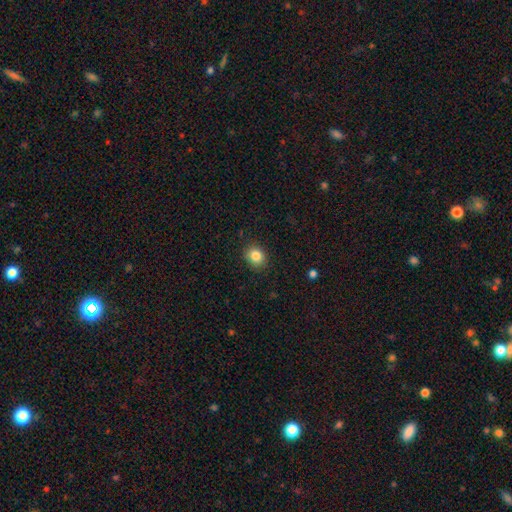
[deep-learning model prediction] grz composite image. It shows a smooth galaxy with no disk features (85%) that is round (64%). Merging: none (88%).